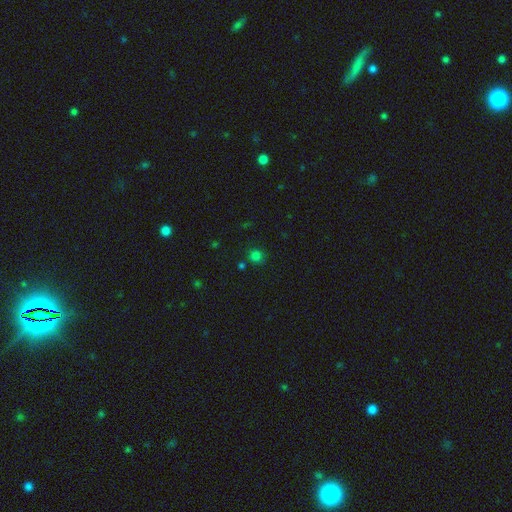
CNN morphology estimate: A smooth galaxy with no disk features (75%) that is round (88%).

Vote fractions:
- Smooth or featured? smooth: 75% / star or artifact: 21% / featured or disk: 4%
- How rounded? round: 88% / in between: 11% / cigar-shaped: 1%
- Merging? none: 80% / minor disturbance: 10% / merger: 6% / major disturbance: 3%